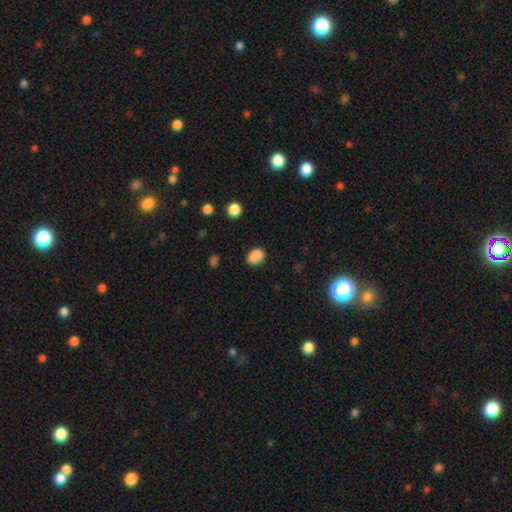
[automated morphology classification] smooth-or-featured: smooth: 87% | star or artifact: 10% | featured or disk: 3%
  how-rounded: in between: 69% | round: 30% | cigar-shaped: 1%
  merging: none: 81% | minor disturbance: 14% | major disturbance: 3% | merger: 2%